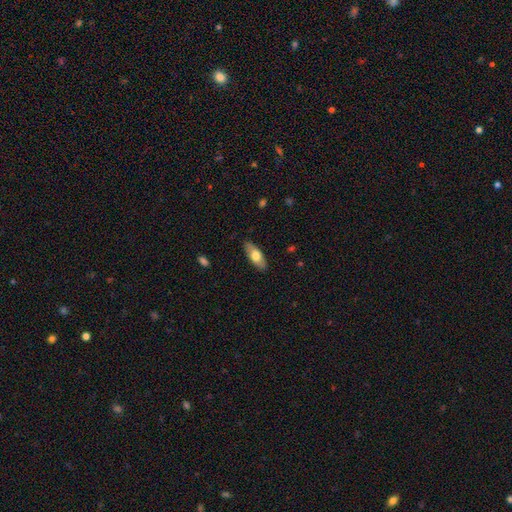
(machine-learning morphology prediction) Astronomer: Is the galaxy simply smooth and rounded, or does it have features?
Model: smooth — 67%.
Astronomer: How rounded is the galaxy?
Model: in between — 78%.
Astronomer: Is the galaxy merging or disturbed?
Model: none — 86%.